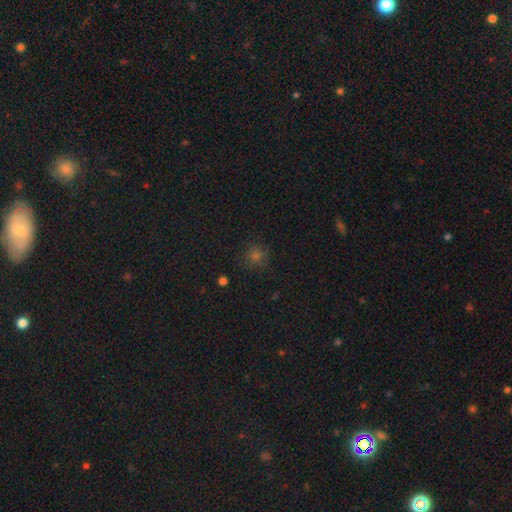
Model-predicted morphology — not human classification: This is likely a smooth galaxy (66%). How rounded: clearly round (91%). Merging: clearly none (86%).